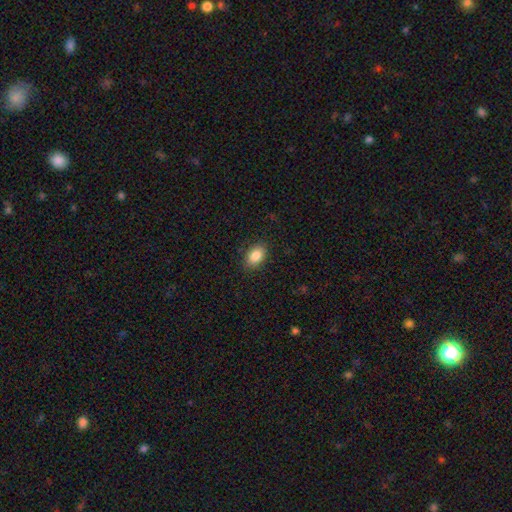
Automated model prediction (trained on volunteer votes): smooth 86%, star or artifact 8%, featured or disk 6%. Down the decision tree: how rounded — in between (87%); merging — none (87%).